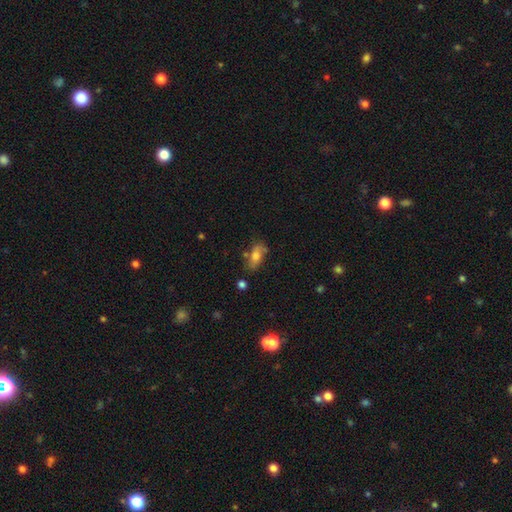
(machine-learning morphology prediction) This appears to be a smooth galaxy with no disk features (67%) that is in between round and cigar-shaped (82%). Merging: none (60%).